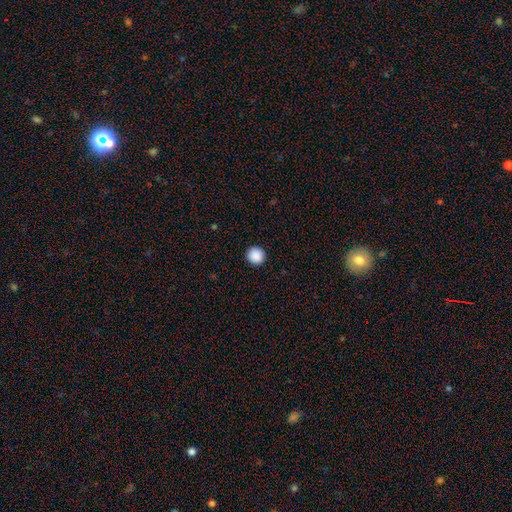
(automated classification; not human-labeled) The model was most divided on "smooth or featured": smooth: 89%, star or artifact: 9%, featured or disk: 2%. More confident: how rounded — round (95%); merging — none (93%).